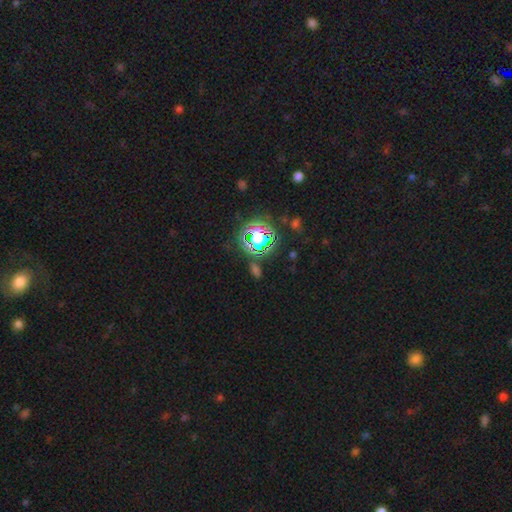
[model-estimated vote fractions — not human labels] A star or artifact, not a galaxy (79%).

Vote fractions:
- Smooth or featured? star or artifact: 79% / smooth: 14% / featured or disk: 7%